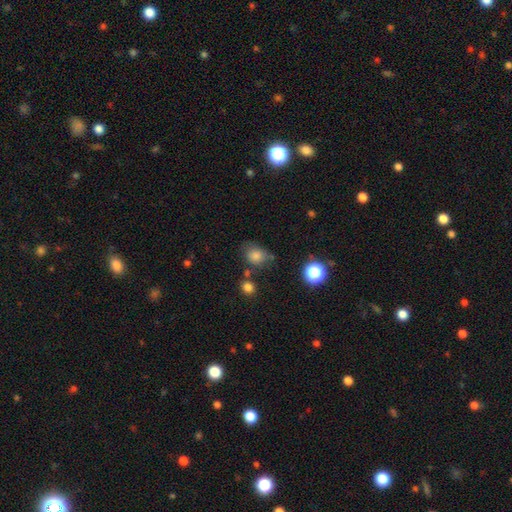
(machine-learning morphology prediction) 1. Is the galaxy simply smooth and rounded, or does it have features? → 78% smooth, 14% star or artifact, 7% featured or disk.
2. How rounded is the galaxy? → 53% round, 45% in between, 1% cigar-shaped.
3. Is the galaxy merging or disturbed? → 63% none, 22% minor disturbance, 7% merger, 7% major disturbance.